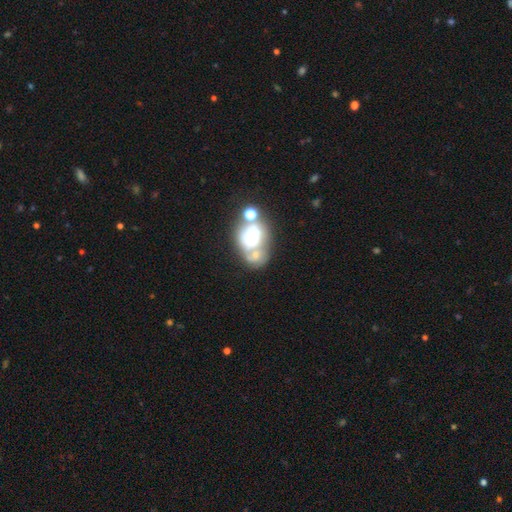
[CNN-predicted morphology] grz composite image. It shows a featured or disk galaxy (53%) with no bar (85%), no spiral arms (66%) and a moderate central bulge (44%). Merging: merger (51%).